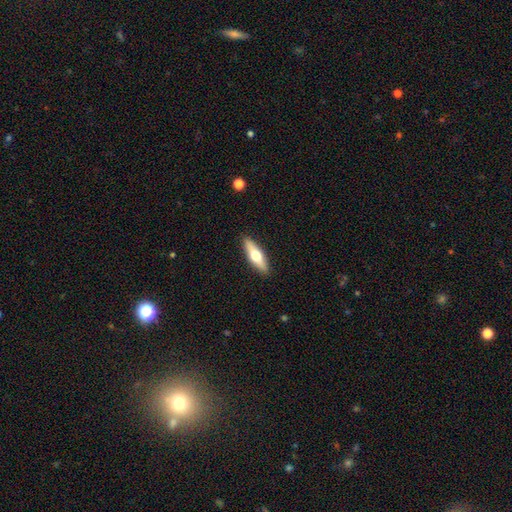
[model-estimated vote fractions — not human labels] A smooth galaxy with no disk features (50%).

Vote fractions:
- Smooth or featured? smooth: 50% / featured or disk: 45% / star or artifact: 5%
- Merging? none: 90% / minor disturbance: 7% / major disturbance: 2% / merger: 1%